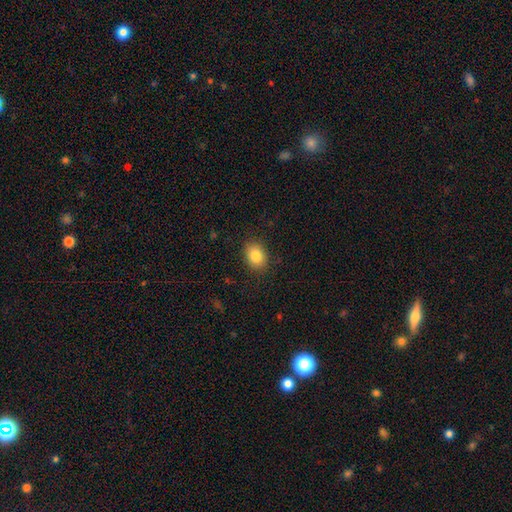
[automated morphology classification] This appears to be a smooth galaxy with no disk features (84%) that is in between round and cigar-shaped (64%). Merging: none (87%).